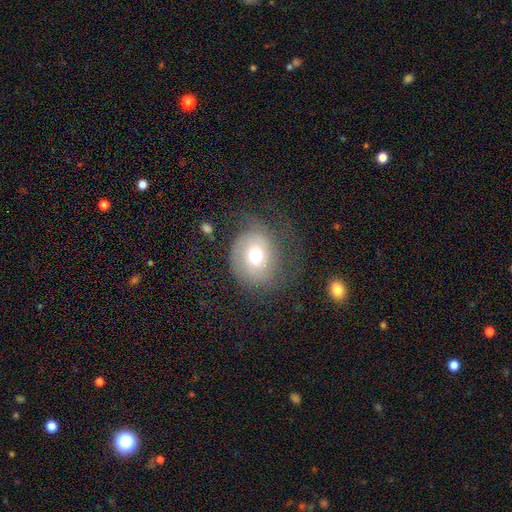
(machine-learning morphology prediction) Smooth or featured? smooth (52%)
How rounded? round (67%)
Merging? none (51%)